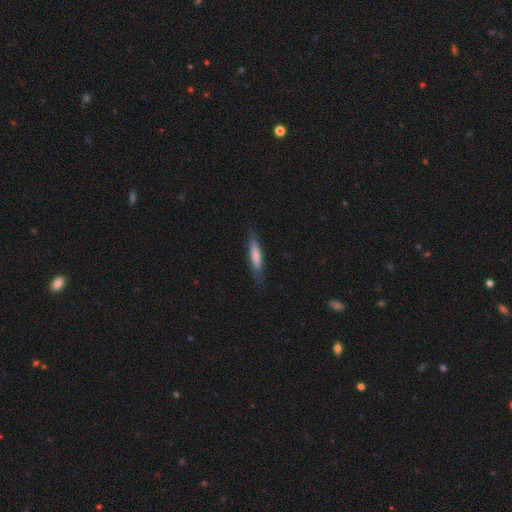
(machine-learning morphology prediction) smooth 70%, featured or disk 25%, star or artifact 5%. Down the decision tree: how rounded — cigar-shaped (82%); merging — none (81%).